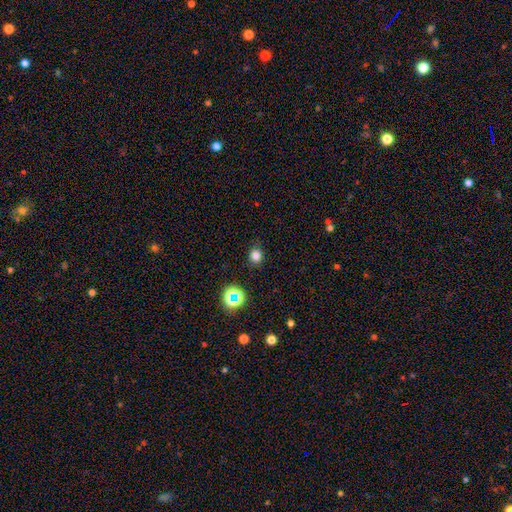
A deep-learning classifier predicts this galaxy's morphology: smooth-or-featured: smooth: 78% | star or artifact: 17% | featured or disk: 5%
  how-rounded: round: 79% | in between: 20% | cigar-shaped: 1%
  merging: none: 86% | minor disturbance: 10% | major disturbance: 3% | merger: 1%